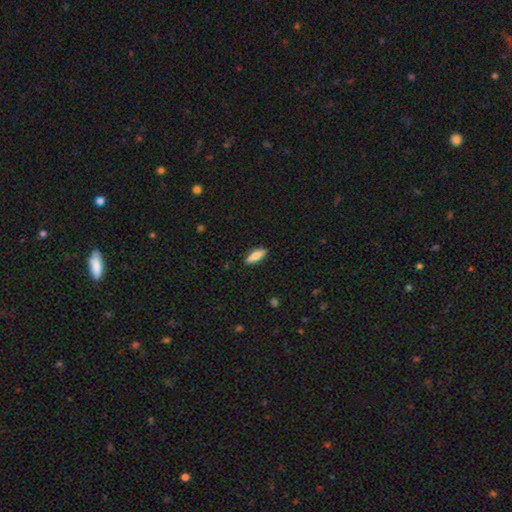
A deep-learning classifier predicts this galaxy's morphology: type=smooth (79%); roundness=in between (52%); merging=none (89%).